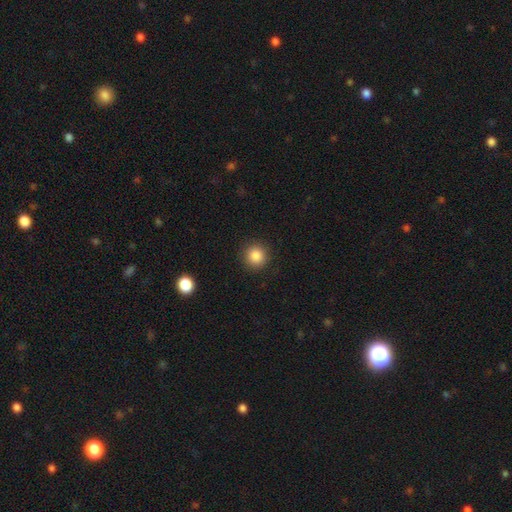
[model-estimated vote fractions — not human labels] Morphology: type=smooth (86%); roundness=round (93%); merging=none (91%).